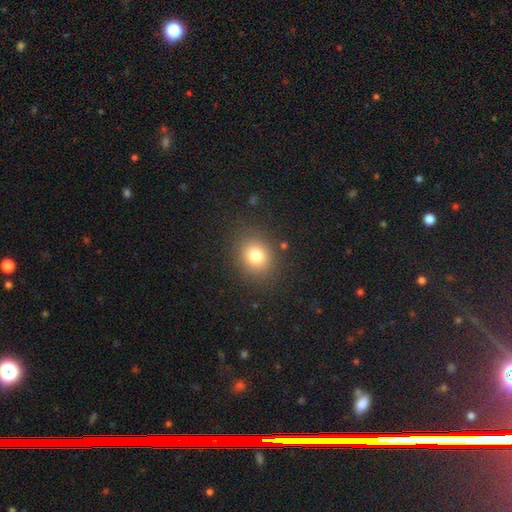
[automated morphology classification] Overall: smooth (78%). How rounded: round (69%; in between 30%). Merging: none (86%).